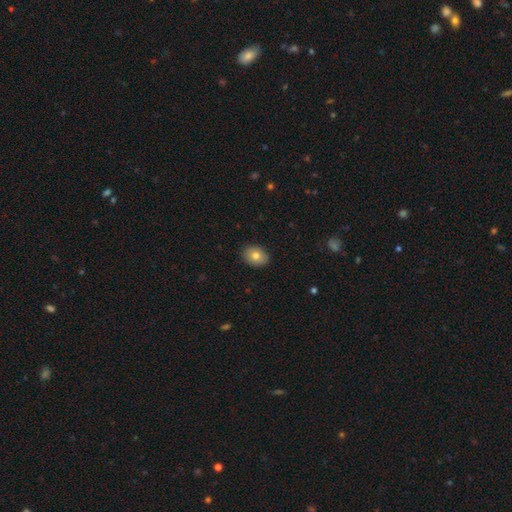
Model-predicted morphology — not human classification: smooth-or-featured: smooth: 78% | featured or disk: 14% | star or artifact: 8%
  how-rounded: in between: 64% | round: 35% | cigar-shaped: 1%
  merging: none: 89% | minor disturbance: 8% | major disturbance: 2% | merger: 1%